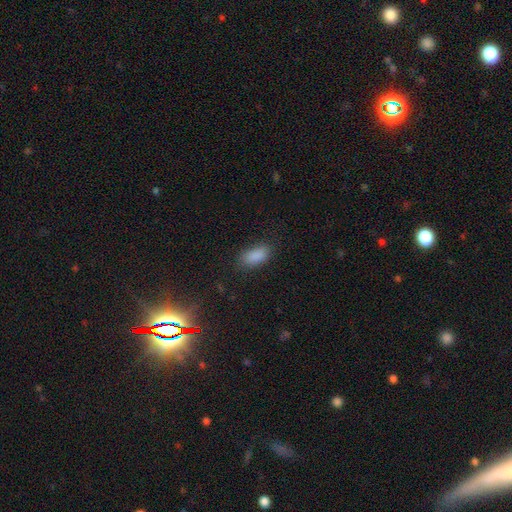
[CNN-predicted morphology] type=smooth (87%); roundness=in between (90%); merging=none (80%).